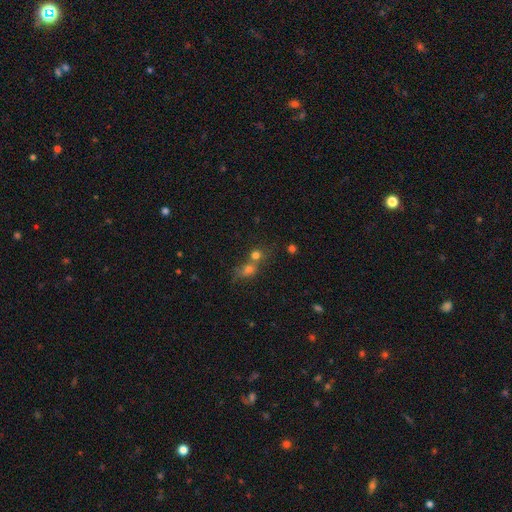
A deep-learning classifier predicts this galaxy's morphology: Q: Smooth or featured?
A: smooth (69%); runner-up: star or artifact (18%)
Q: How rounded?
A: round (78%); runner-up: in between (20%)
Q: Merging?
A: merger (56%); runner-up: none (34%)